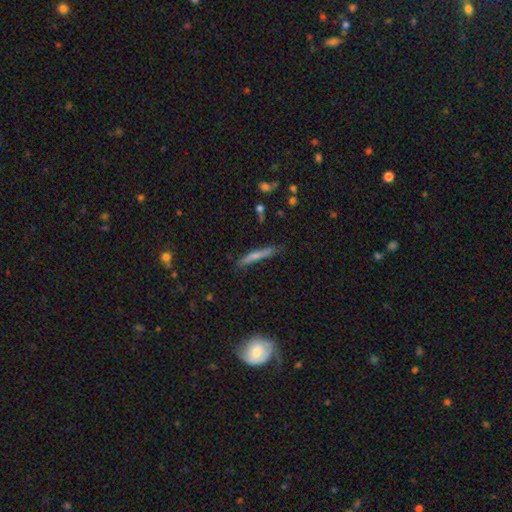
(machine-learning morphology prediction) This is possibly a smooth galaxy (56%). How rounded: clearly cigar-shaped (92%). Merging: likely none (76%).